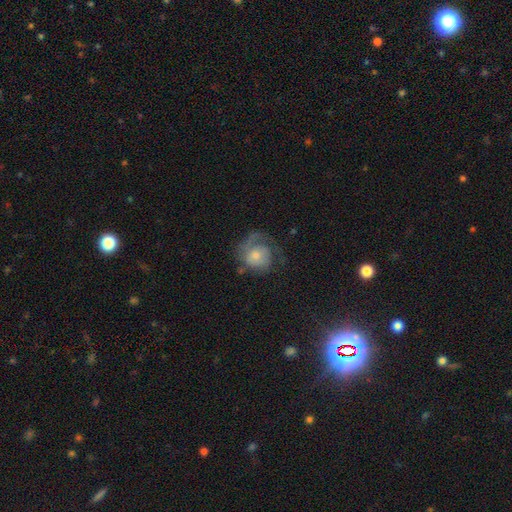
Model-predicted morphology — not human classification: A featured or disk galaxy (63%) with no bar (78%), 1 (45%) tight (44%) spiral arms (84%) and a small central bulge (45%, tied with moderate). Merging: none (51%).